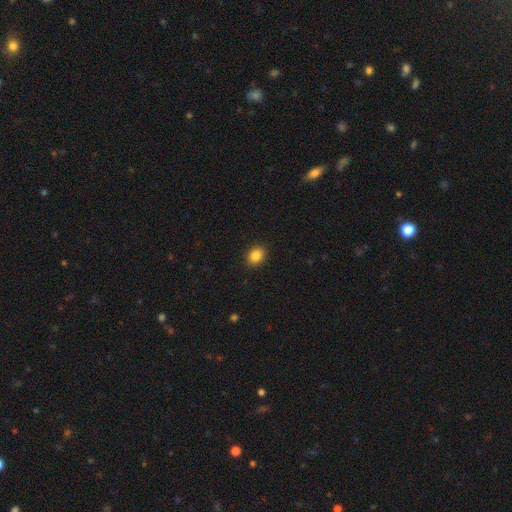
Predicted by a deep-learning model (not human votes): smooth 85%, star or artifact 10%, featured or disk 5%. Down the decision tree: how rounded — round (56%); merging — none (91%).